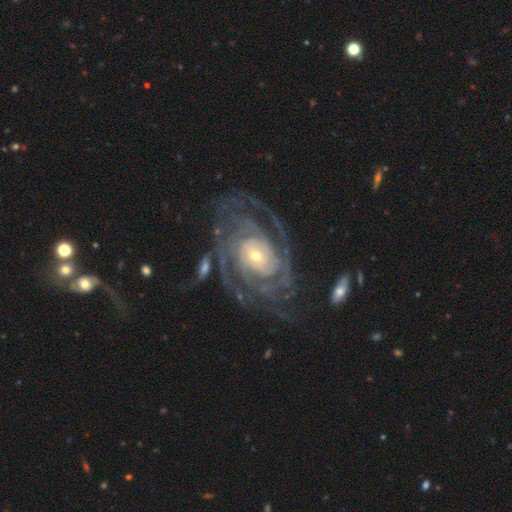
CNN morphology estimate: Overall: featured or disk (90%). Edge-on disk: no (96%). Bar: no (66%). Spiral arms: yes (97%). Spiral arm count: can't tell (25%; 2 21%). Spiral winding: tight (67%). Bulge size: small (65%; moderate 29%). Merging: none (66%).